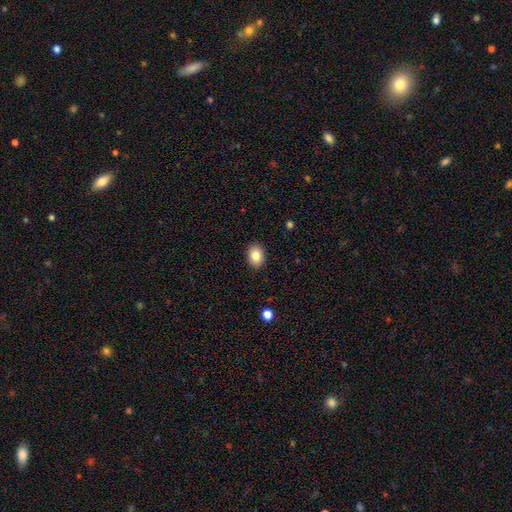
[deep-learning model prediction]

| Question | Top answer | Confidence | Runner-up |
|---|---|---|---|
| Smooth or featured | smooth | 84% | star or artifact (9%) |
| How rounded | in between | 68% | round (31%) |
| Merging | none | 90% | minor disturbance (7%) |